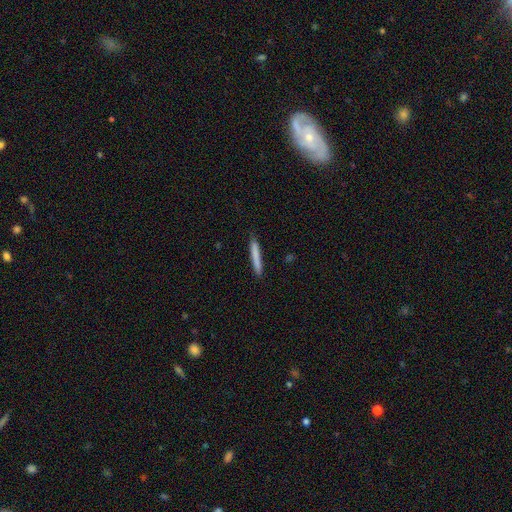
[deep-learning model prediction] Q: Smooth or featured?
A: smooth (79%); runner-up: featured or disk (15%)
Q: How rounded?
A: cigar-shaped (95%); runner-up: in between (3%)
Q: Merging?
A: none (87%); runner-up: minor disturbance (10%)